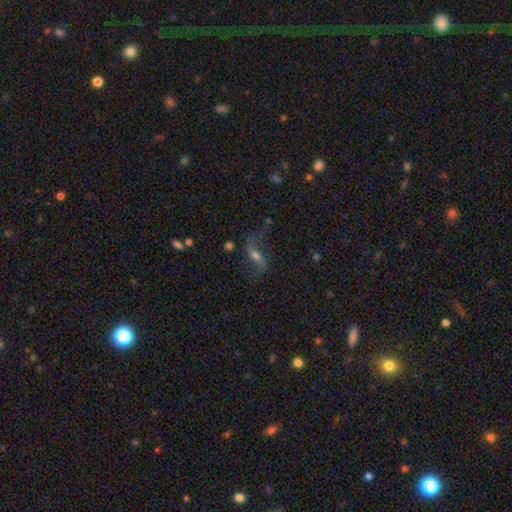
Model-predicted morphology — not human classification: A featured or disk galaxy (72%) with a weak bar (42%), 2 (90%) loose (85%) spiral arms (90%) and a moderate central bulge (55%).

Vote fractions:
- Smooth or featured? featured or disk: 72% / smooth: 16% / star or artifact: 11%
- Edge-on disk? no: 91% / yes: 9%
- Bar? weak: 42% / no: 30% / strong: 29%
- Spiral arms? yes: 90% / no: 10%
- Spiral winding? loose: 85% / medium: 12% / tight: 3%
- Spiral arm count? 2: 90% / 1: 4% / can't tell: 3% / 3: 1% / 4: 1% / more than 4: 1%
- Bulge size? moderate: 55% / small: 32% / large: 7% / none: 4% / dominant: 2%
- Merging? none: 66% / minor disturbance: 16% / major disturbance: 15% / merger: 3%